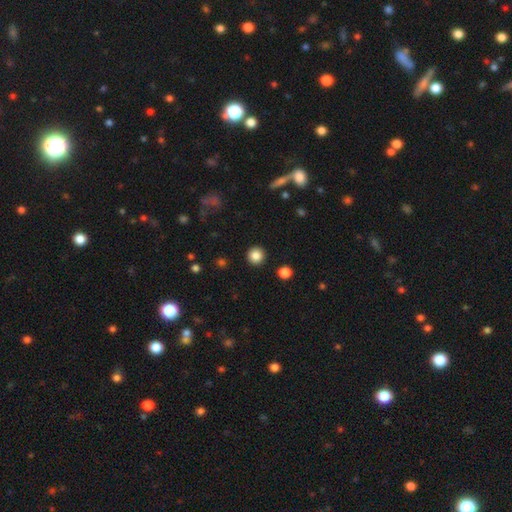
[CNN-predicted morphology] Overall: smooth (85%). How rounded: round (95%). Merging: none (93%).